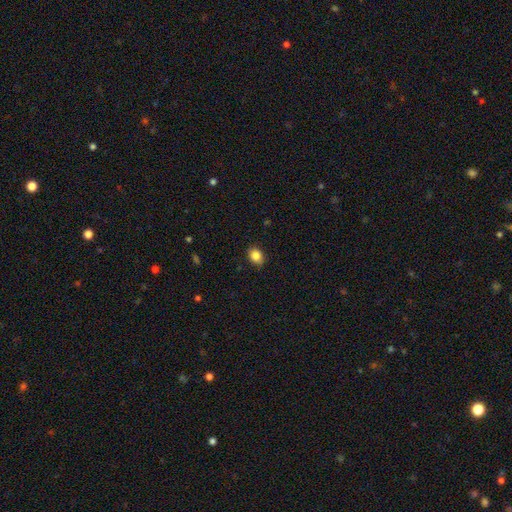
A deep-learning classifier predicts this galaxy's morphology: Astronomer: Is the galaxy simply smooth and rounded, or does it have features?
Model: smooth — 85%.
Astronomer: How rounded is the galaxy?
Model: in between — 52% (runner-up: round, 47%).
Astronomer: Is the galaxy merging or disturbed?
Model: none — 81%.